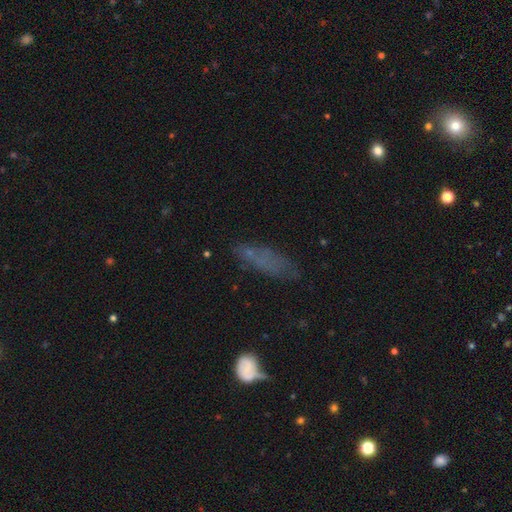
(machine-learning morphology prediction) Smooth or featured? smooth (59%)
How rounded? cigar-shaped (51%)
Merging? none (59%)